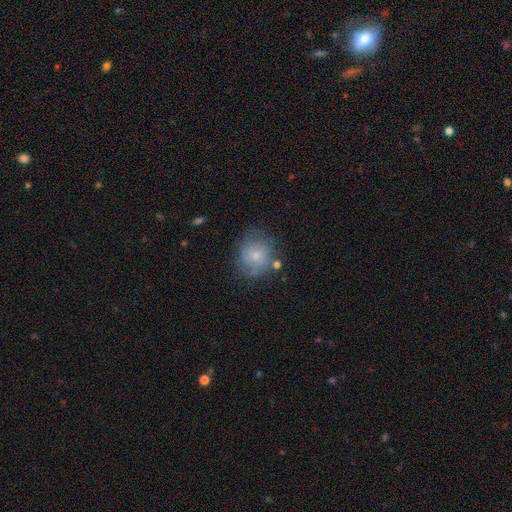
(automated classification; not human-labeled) Q: Smooth or featured?
A: smooth (53%); runner-up: featured or disk (38%)
Q: How rounded?
A: round (81%); runner-up: in between (18%)
Q: Merging?
A: none (66%); runner-up: minor disturbance (21%)